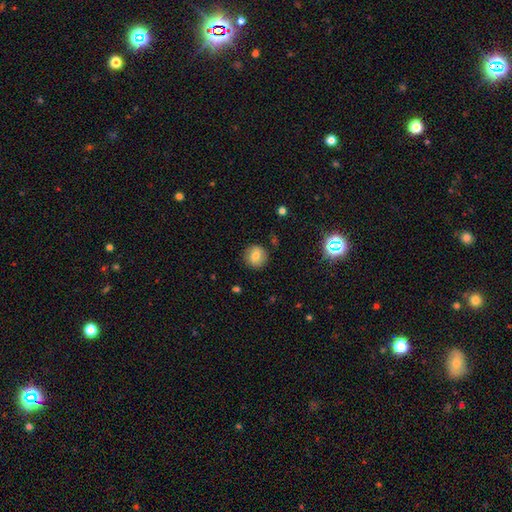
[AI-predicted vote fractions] This appears to be a smooth galaxy with no disk features (74%) that is round (90%). Merging: none (87%).